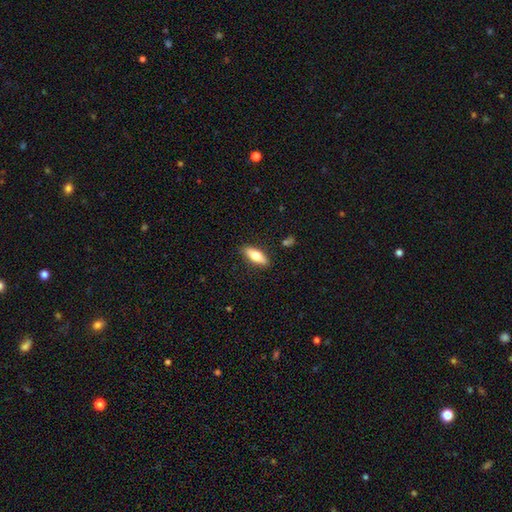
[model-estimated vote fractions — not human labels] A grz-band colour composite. It shows a smooth galaxy with no disk features (68%) that is in between round and cigar-shaped (61%). Merging: none (88%).